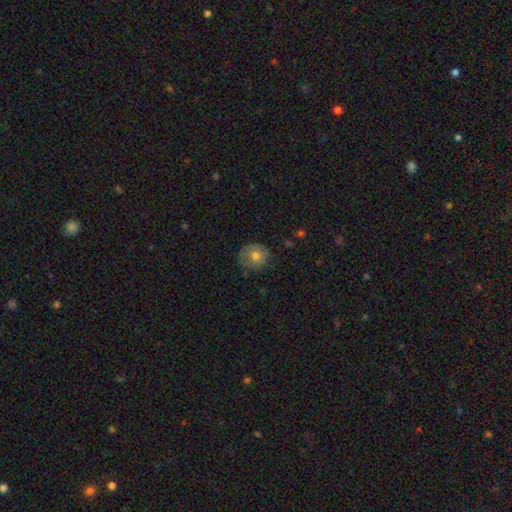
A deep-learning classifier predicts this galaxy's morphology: Smooth or featured?
  - smooth: 72% *
  - featured or disk: 19%
  - star or artifact: 9%
How rounded?
  - round: 87% *
  - in between: 12%
  - cigar-shaped: 1%
Merging?
  - none: 74% *
  - minor disturbance: 19%
  - major disturbance: 5%
  - merger: 1%